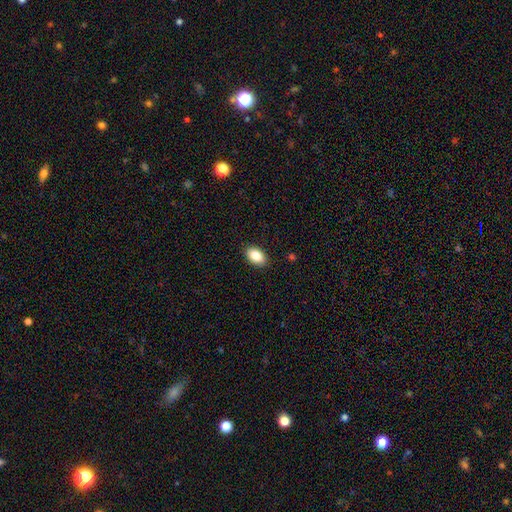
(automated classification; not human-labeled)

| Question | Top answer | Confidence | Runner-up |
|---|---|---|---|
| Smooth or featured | smooth | 87% | star or artifact (8%) |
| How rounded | in between | 91% | round (8%) |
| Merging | none | 89% | minor disturbance (8%) |